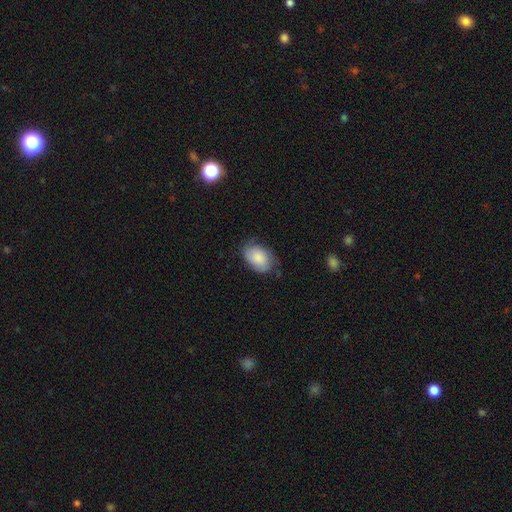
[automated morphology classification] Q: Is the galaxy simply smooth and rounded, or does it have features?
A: smooth — 75%.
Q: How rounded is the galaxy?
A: in between — 87%.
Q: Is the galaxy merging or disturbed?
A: none — 63%.